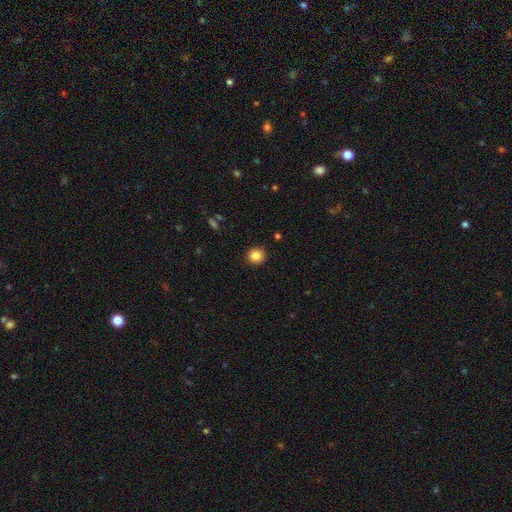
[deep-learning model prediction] Morphology: type=smooth (85%); roundness=round (91%); merging=none (90%).